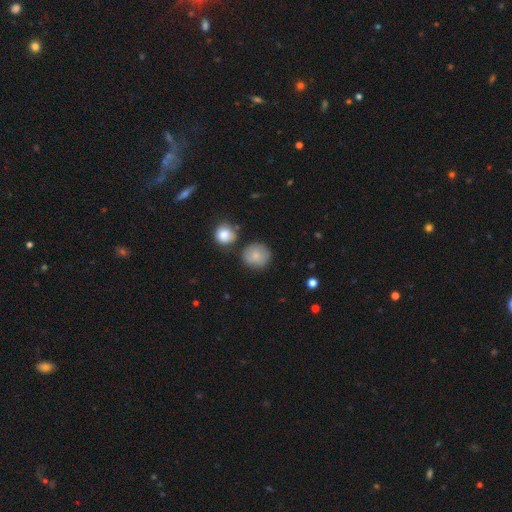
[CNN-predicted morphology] smooth-or-featured: smooth: 82% | featured or disk: 9% | star or artifact: 8%
  how-rounded: round: 90% | in between: 9% | cigar-shaped: 1%
  merging: none: 75% | minor disturbance: 14% | merger: 7% | major disturbance: 4%